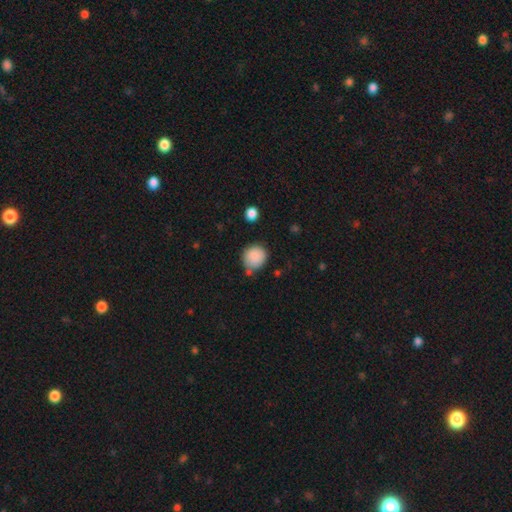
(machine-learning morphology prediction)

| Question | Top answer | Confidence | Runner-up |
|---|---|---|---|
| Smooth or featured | smooth | 88% | star or artifact (8%) |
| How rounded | round | 89% | in between (10%) |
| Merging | none | 73% | minor disturbance (16%) |